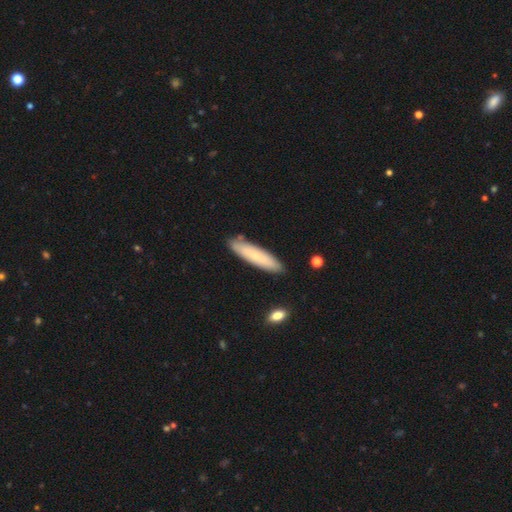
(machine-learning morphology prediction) smooth 70%, featured or disk 24%, star or artifact 6%. Down the decision tree: how rounded — cigar-shaped (82%); merging — none (85%).